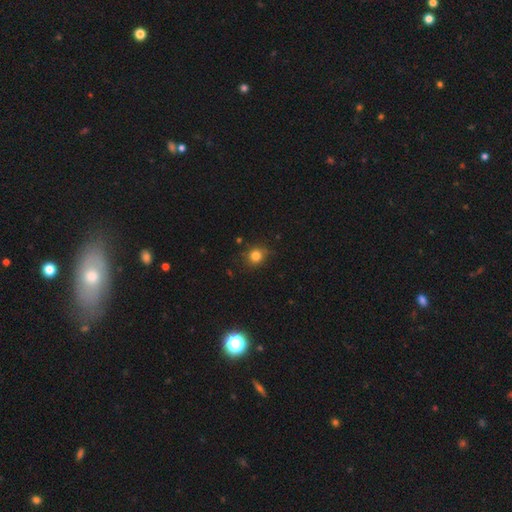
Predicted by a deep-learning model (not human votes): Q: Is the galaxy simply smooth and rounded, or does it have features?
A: smooth — 81%.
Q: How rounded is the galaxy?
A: round — 84%.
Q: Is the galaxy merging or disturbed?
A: none — 78%.